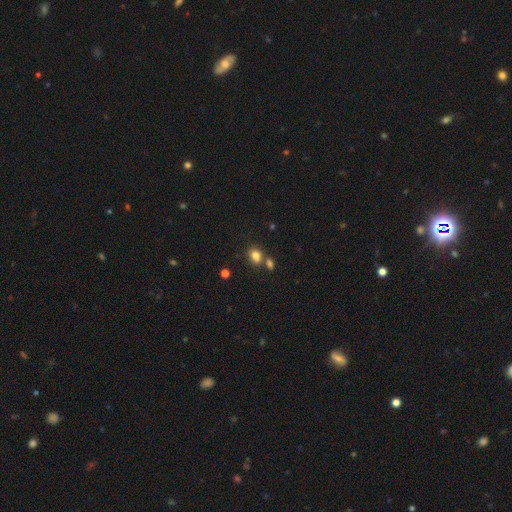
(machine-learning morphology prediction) This appears to be a smooth galaxy with no disk features (80%) that is round (58%). Merging: none (57%).